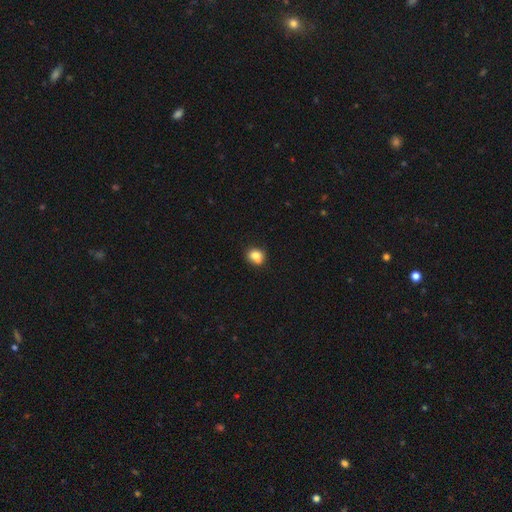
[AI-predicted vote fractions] Overall: smooth (79%). How rounded: round (72%). Merging: none (59%; minor disturbance 20%).